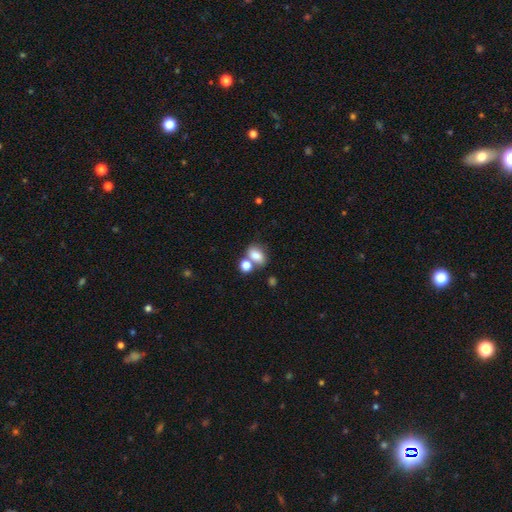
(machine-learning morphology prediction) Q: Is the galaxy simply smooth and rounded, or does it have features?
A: smooth — 79%.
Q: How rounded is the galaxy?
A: in between — 73%.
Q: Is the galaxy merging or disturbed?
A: none — 47%.